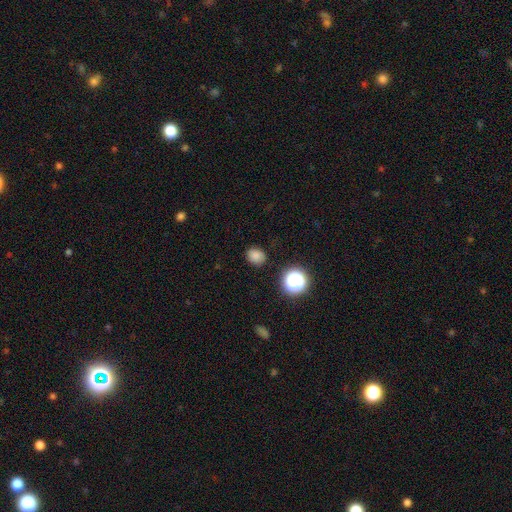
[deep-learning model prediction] The model was most divided on "how rounded": round: 61%, in between: 38%, cigar-shaped: 1%. More confident: merging — none (84%); smooth or featured — smooth (79%).